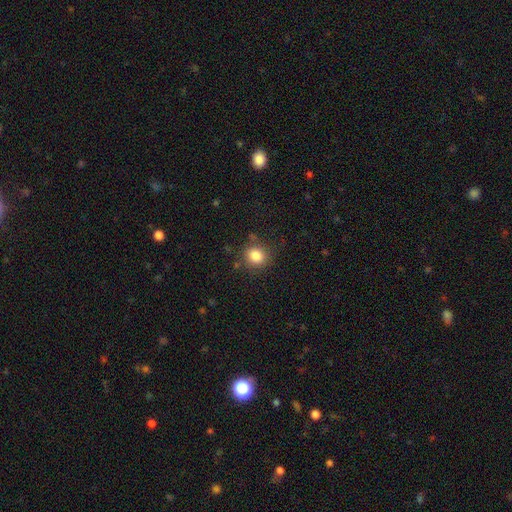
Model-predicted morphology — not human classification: This is clearly a smooth galaxy (84%). How rounded: clearly round (80%). Merging: likely none (79%).